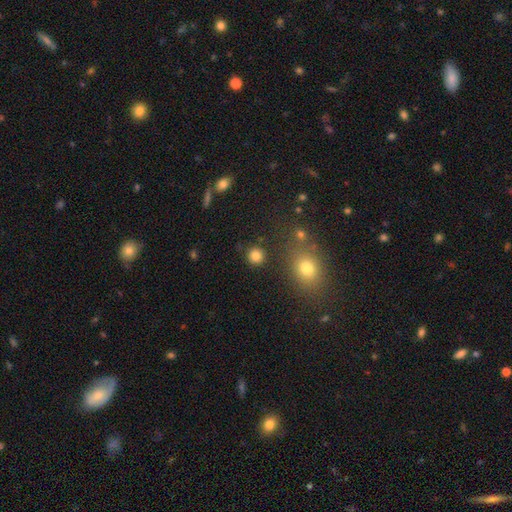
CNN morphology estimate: A smooth galaxy with no disk features (83%) that is round (92%). Merging: none (88%).